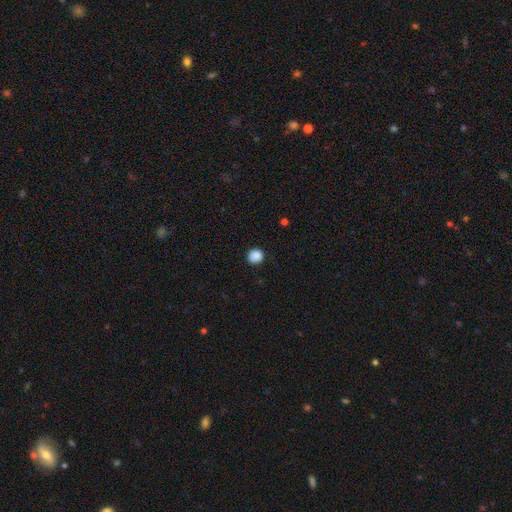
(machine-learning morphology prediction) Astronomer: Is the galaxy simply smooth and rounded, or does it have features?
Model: smooth — 87%.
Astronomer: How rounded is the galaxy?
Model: round — 93%.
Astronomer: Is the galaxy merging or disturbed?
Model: none — 90%.